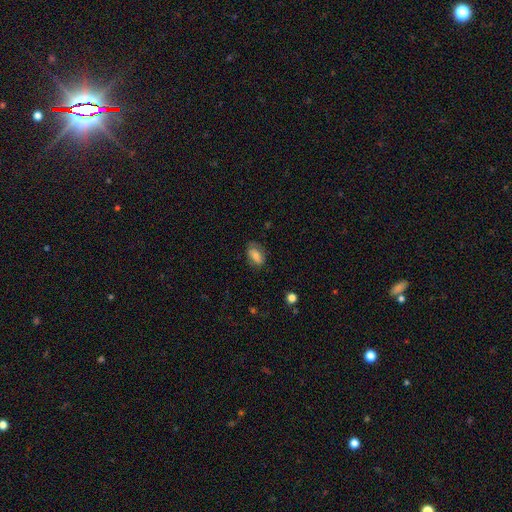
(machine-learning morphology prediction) Overall: smooth (69%). How rounded: in between (87%). Merging: none (73%).